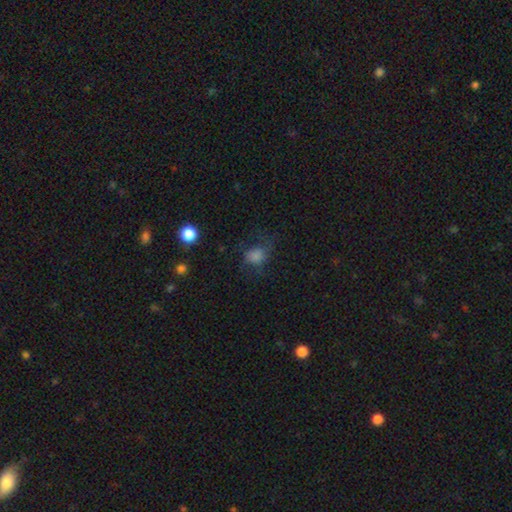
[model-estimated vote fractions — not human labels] This is likely a smooth galaxy (72%). How rounded: possibly round (58%). Merging: possibly none (49%).